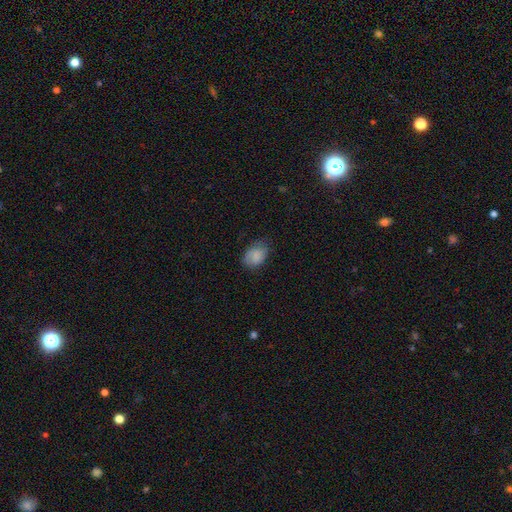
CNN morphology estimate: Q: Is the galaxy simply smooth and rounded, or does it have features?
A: smooth — 80%.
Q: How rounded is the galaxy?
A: in between — 78%.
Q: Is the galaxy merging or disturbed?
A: none — 64%.